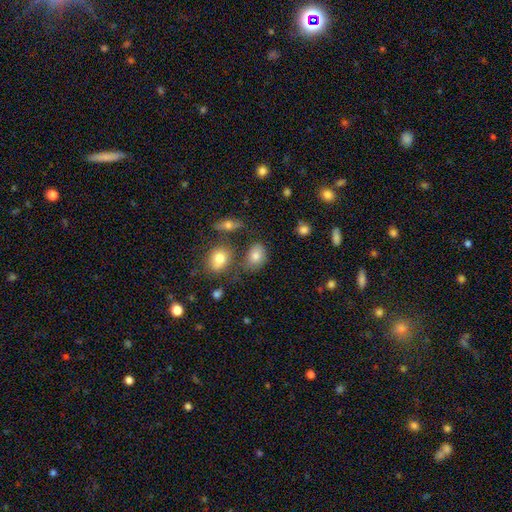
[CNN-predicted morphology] This is likely a smooth galaxy (78%). How rounded: likely in between (73%). Merging: likely none (62%).